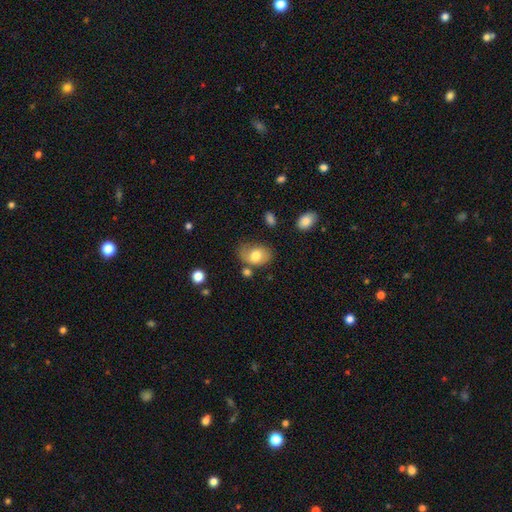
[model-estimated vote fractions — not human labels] This appears to be a smooth galaxy with no disk features (73%) that is in between round and cigar-shaped (78%). Merging: none (50%).